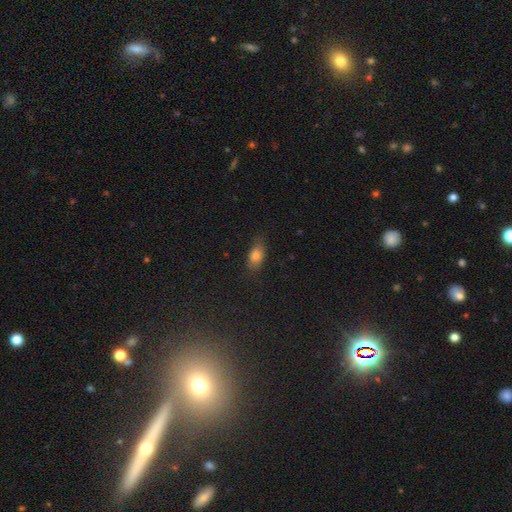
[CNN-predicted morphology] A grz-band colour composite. It shows a smooth galaxy with no disk features (77%) that is in between round and cigar-shaped (83%). Merging: none (78%).